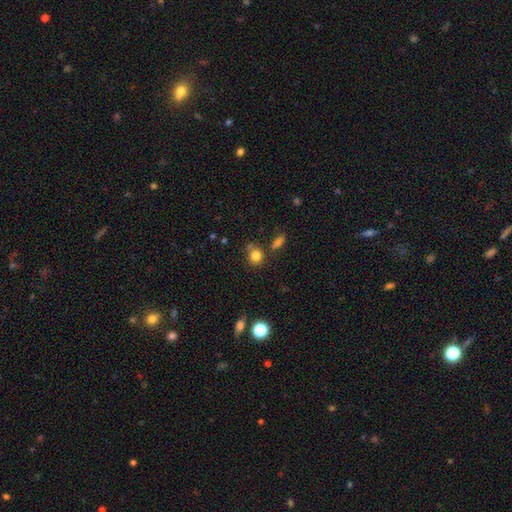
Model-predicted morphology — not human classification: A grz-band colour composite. It shows a smooth galaxy with no disk features (81%) that is round (83%). Merging: none (70%).